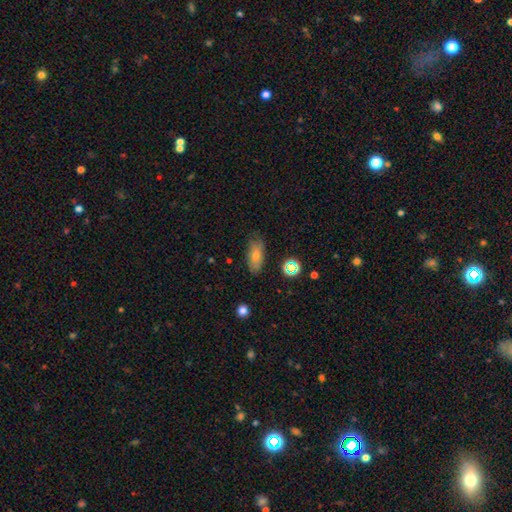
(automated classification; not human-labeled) A smooth galaxy with no disk features (61%) that is in between round and cigar-shaped (78%).

Vote fractions:
- Smooth or featured? smooth: 61% / featured or disk: 25% / star or artifact: 14%
- How rounded? in between: 78% / cigar-shaped: 16% / round: 6%
- Merging? none: 76% / minor disturbance: 18% / major disturbance: 4% / merger: 2%